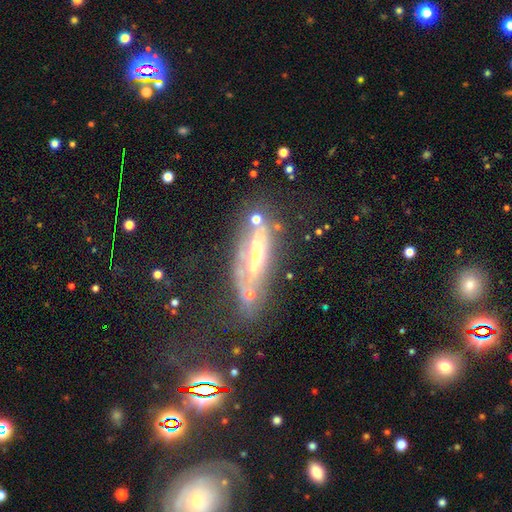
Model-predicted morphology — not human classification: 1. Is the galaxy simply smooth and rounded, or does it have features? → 71% featured or disk, 18% smooth, 11% star or artifact.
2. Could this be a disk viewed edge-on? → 57% no, 43% yes.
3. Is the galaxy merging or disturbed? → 58% none, 21% minor disturbance, 13% major disturbance, 9% merger.